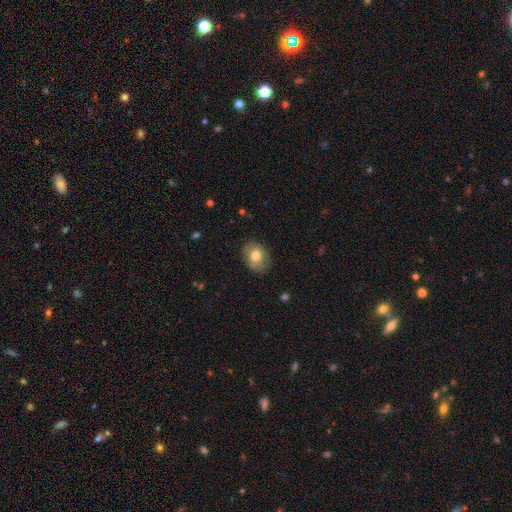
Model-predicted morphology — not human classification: smooth-or-featured: smooth: 72% | featured or disk: 20% | star or artifact: 8%
  how-rounded: in between: 61% | round: 38% | cigar-shaped: 1%
  merging: none: 82% | minor disturbance: 14% | major disturbance: 3% | merger: 1%